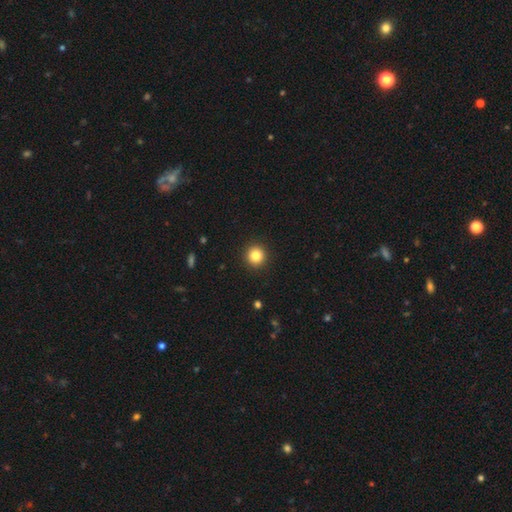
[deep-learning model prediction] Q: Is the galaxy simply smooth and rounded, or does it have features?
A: smooth — 84%.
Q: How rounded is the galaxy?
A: round — 95%.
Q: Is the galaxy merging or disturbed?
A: none — 93%.